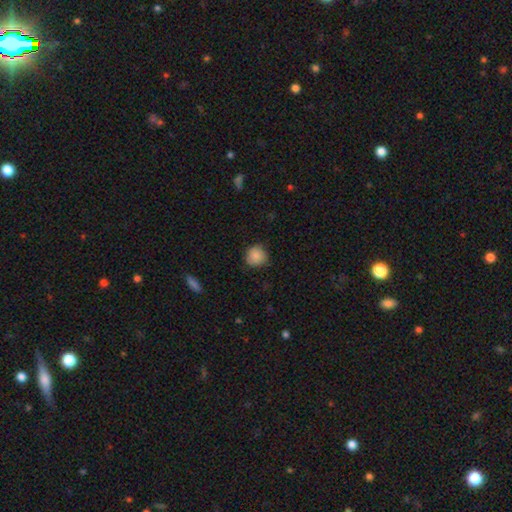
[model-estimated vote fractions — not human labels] Overall: smooth (87%). How rounded: round (89%). Merging: none (82%).